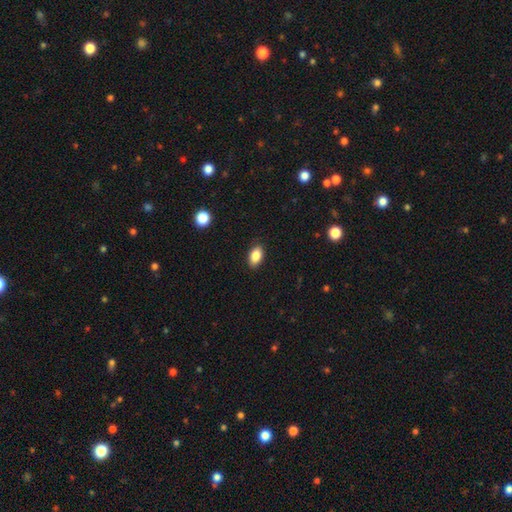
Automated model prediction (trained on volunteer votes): A smooth galaxy with no disk features (86%) that is in between round and cigar-shaped (91%). Merging: none (88%).